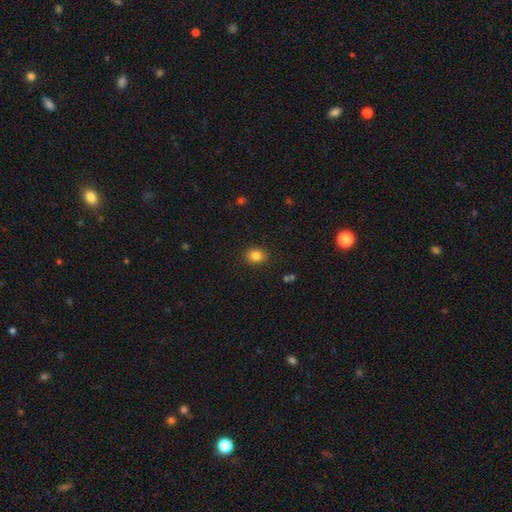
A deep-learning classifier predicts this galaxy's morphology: smooth-or-featured: smooth: 84% | star or artifact: 11% | featured or disk: 6%
  how-rounded: round: 61% | in between: 38% | cigar-shaped: 1%
  merging: none: 88% | minor disturbance: 8% | major disturbance: 2% | merger: 1%